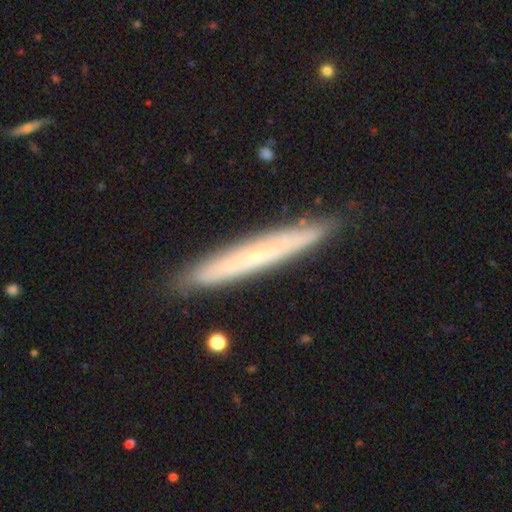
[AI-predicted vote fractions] Smooth or featured: featured or disk — 58% (smooth — 35%)
Edge-on disk: yes — 80% (no — 20%)
Merging: none — 87% (minor disturbance — 10%)